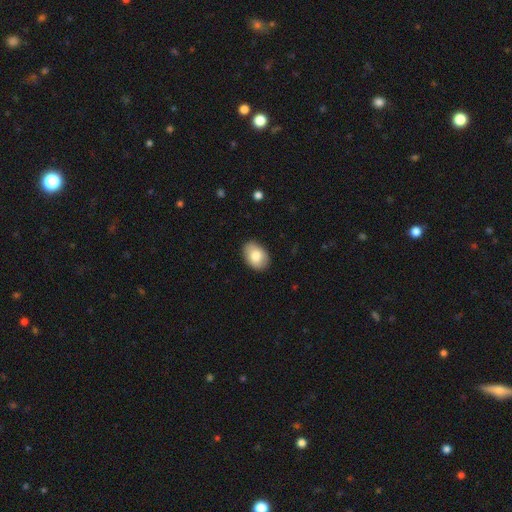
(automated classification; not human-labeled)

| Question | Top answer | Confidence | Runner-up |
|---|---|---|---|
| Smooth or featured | smooth | 81% | featured or disk (12%) |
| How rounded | in between | 83% | round (16%) |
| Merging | none | 87% | minor disturbance (10%) |